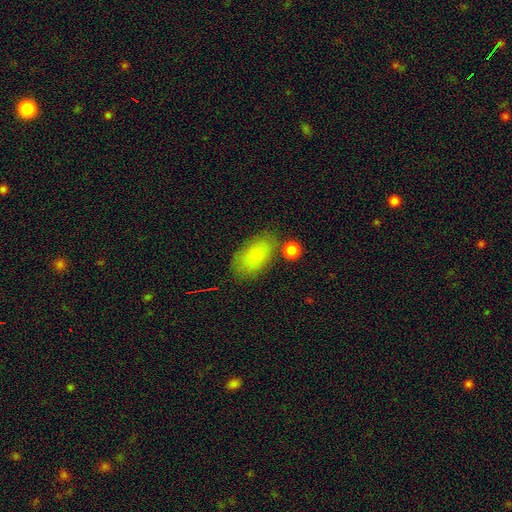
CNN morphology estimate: Q: Smooth or featured?
A: smooth (83%); runner-up: featured or disk (10%)
Q: How rounded?
A: in between (92%); runner-up: round (5%)
Q: Merging?
A: none (67%); runner-up: minor disturbance (19%)